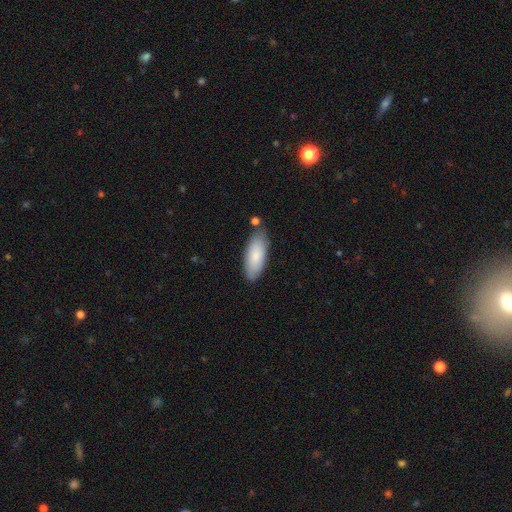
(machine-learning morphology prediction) Smooth or featured? Predicted: smooth (p=0.84). How rounded? Predicted: in between (p=0.79). Merging? Predicted: none (p=0.78).